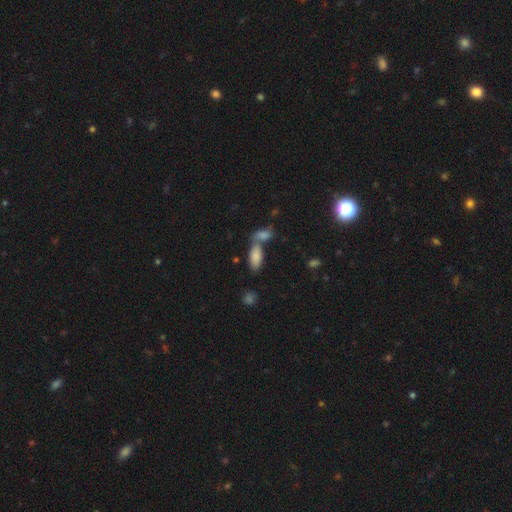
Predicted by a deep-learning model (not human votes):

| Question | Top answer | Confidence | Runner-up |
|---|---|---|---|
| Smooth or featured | smooth | 76% | featured or disk (12%) |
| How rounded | in between | 80% | cigar-shaped (16%) |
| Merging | merger | 44% | none (43%) |